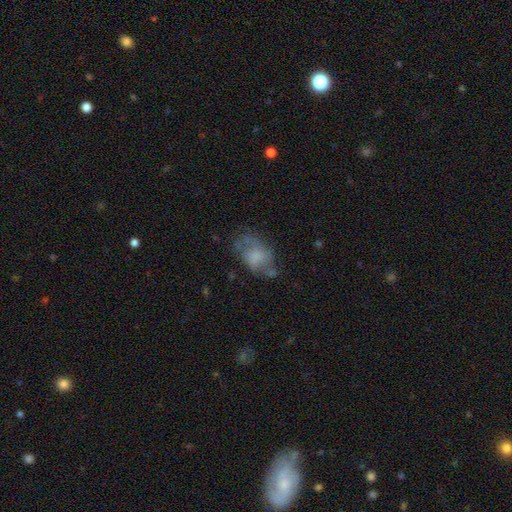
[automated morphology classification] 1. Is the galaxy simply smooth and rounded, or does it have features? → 47% smooth, 43% featured or disk, 10% star or artifact.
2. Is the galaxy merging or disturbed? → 46% none, 27% minor disturbance, 23% major disturbance, 4% merger.